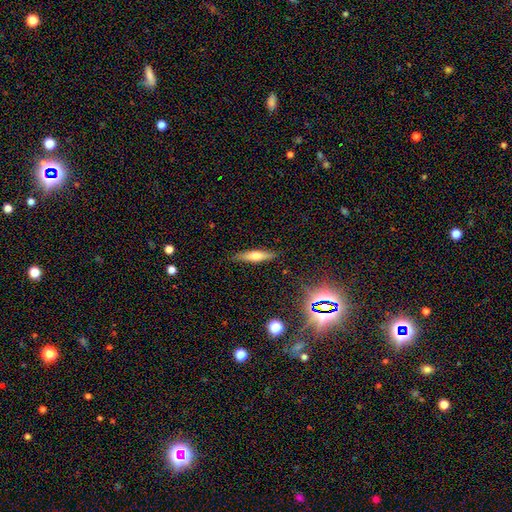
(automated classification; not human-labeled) A smooth galaxy with no disk features (58%) that is cigar-shaped (77%). Merging: none (86%).